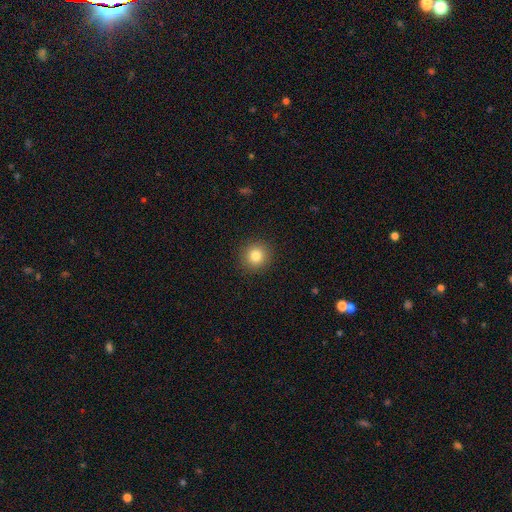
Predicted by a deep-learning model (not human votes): A smooth galaxy with no disk features (82%) that is round (92%).

Vote fractions:
- Smooth or featured? smooth: 82% / star or artifact: 11% / featured or disk: 7%
- How rounded? round: 92% / in between: 7% / cigar-shaped: 1%
- Merging? none: 91% / minor disturbance: 6% / major disturbance: 2% / merger: 1%